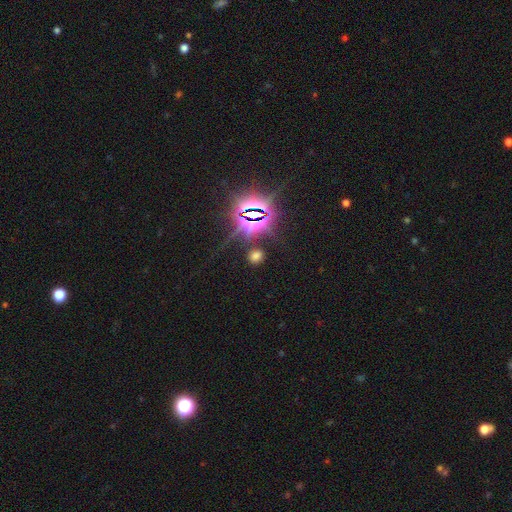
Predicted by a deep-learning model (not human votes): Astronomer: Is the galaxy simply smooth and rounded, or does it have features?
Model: smooth — 47% (runner-up: star or artifact, 45%).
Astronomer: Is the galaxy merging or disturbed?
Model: none — 83%.